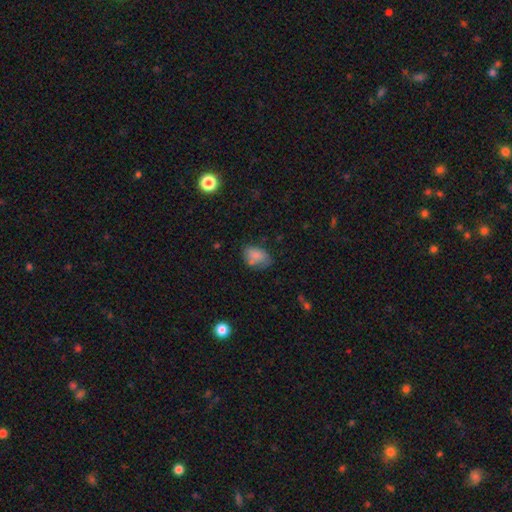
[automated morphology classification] This is clearly a smooth galaxy (80%). How rounded: clearly in between (85%). Merging: possibly none (56%).